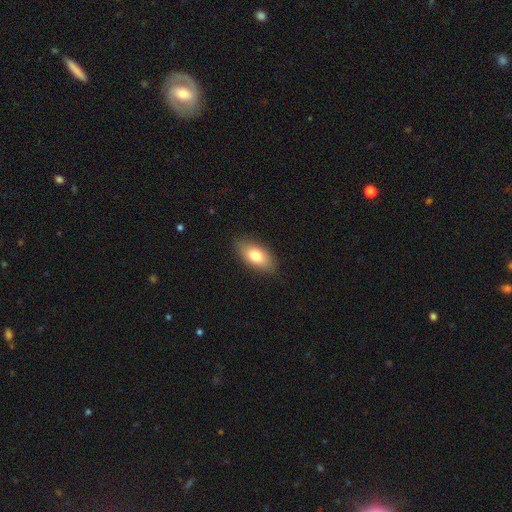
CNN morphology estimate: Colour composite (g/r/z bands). It shows a smooth galaxy with no disk features (78%) that is in between round and cigar-shaped (90%). Merging: none (87%).